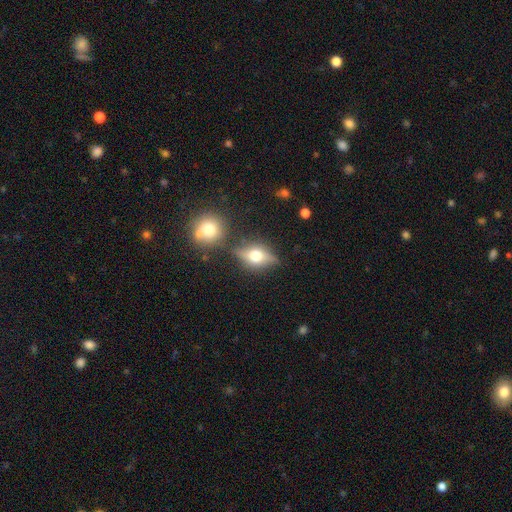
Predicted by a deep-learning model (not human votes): featured or disk 52%, smooth 37%, star or artifact 11%. Down the decision tree: edge-on disk — yes (79%); merging — none (76%).